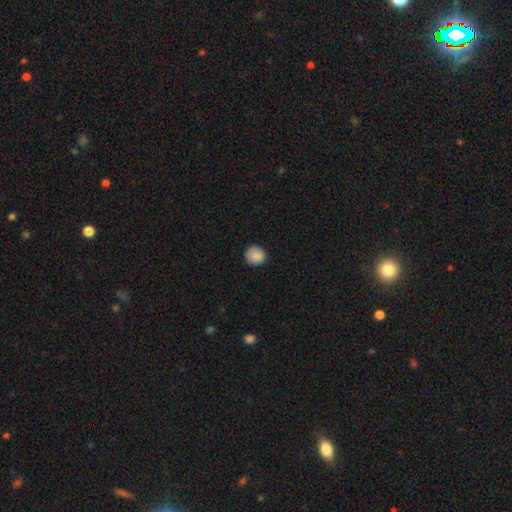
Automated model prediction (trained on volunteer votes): Smooth or featured? Predicted: smooth (p=0.88). How rounded? Predicted: round (p=0.92). Merging? Predicted: none (p=0.88).